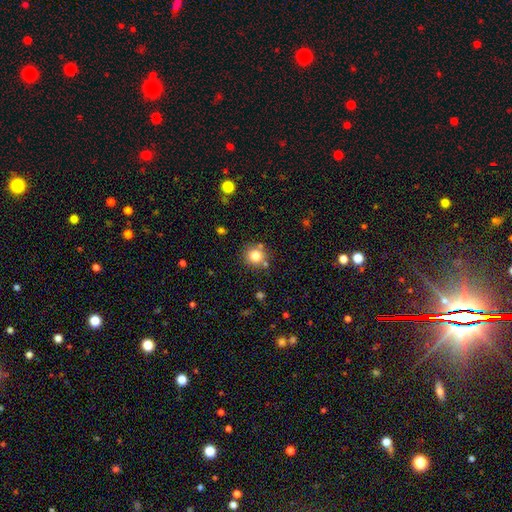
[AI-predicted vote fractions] Morphology: type=smooth (80%); roundness=round (91%); merging=none (78%).